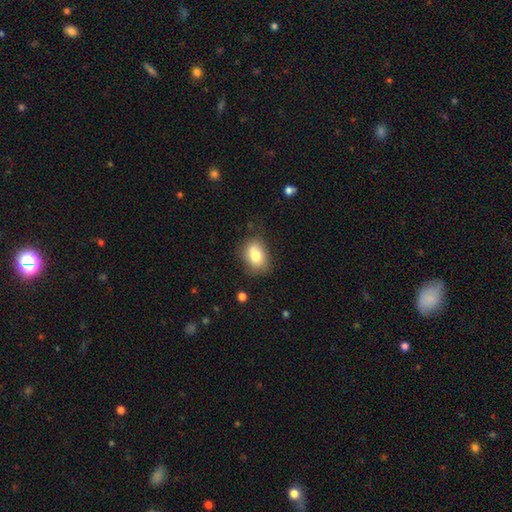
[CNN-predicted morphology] This is likely a smooth galaxy (77%). How rounded: likely in between (70%). Merging: likely none (68%).